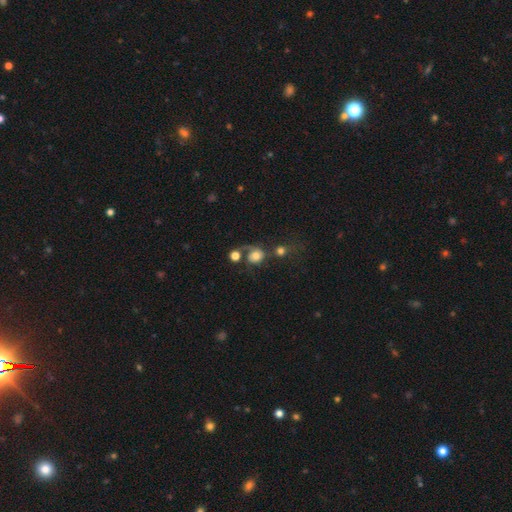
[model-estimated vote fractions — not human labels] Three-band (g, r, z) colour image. It shows a smooth galaxy with no disk features (58%) that is round (78%). Merging: none (32%).